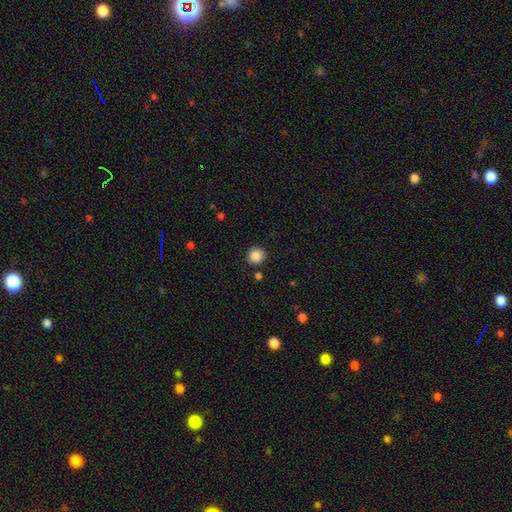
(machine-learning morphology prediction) This appears to be a smooth galaxy with no disk features (88%) that is round (91%). Merging: none (88%).